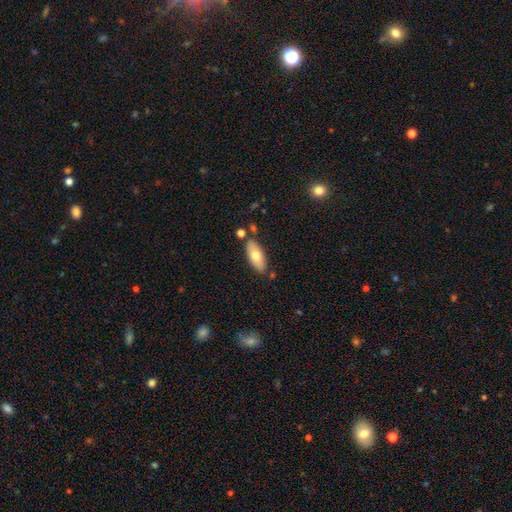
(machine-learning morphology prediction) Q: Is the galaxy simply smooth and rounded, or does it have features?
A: smooth — 71%.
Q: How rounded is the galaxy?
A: in between — 82%.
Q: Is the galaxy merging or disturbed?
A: none — 80%.